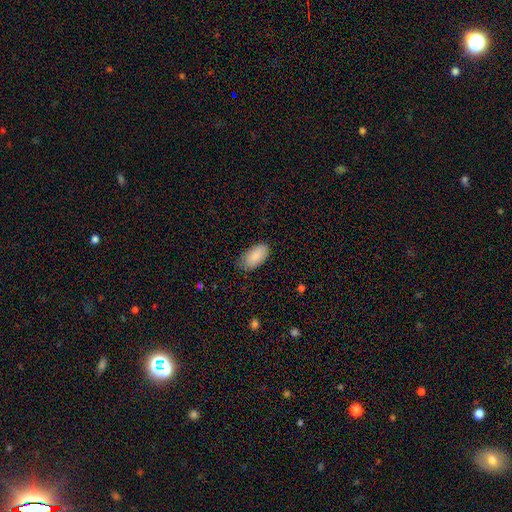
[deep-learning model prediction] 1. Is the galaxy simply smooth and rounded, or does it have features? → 87% smooth, 7% featured or disk, 6% star or artifact.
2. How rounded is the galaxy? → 95% in between, 3% round, 3% cigar-shaped.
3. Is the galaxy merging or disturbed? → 76% none, 19% minor disturbance, 3% major disturbance, 1% merger.